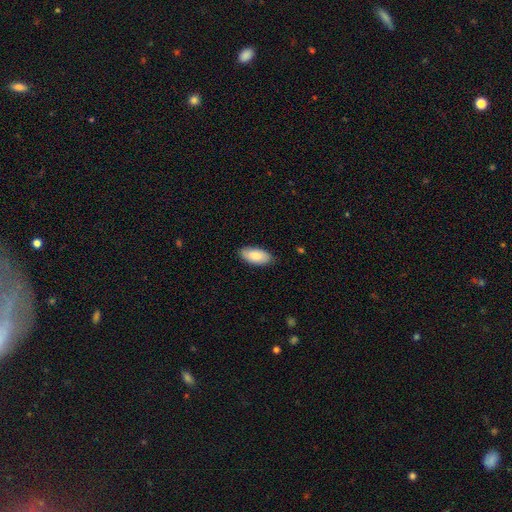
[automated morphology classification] Smooth or featured? smooth (83%)
How rounded? in between (93%)
Merging? none (85%)